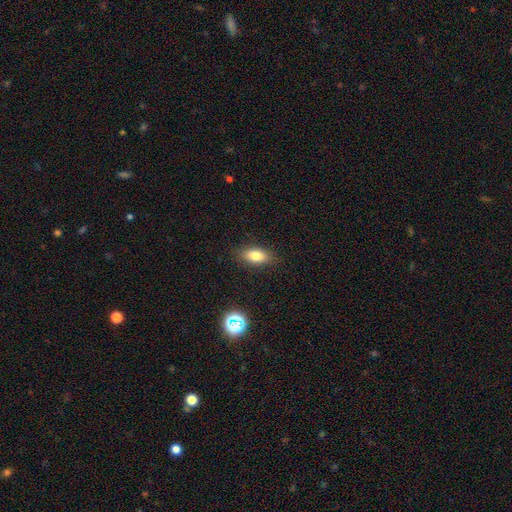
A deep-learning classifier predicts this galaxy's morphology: A smooth galaxy with no disk features (80%) that is in between round and cigar-shaped (83%).

Vote fractions:
- Smooth or featured? smooth: 80% / featured or disk: 10% / star or artifact: 10%
- How rounded? in between: 83% / cigar-shaped: 11% / round: 6%
- Merging? none: 86% / minor disturbance: 10% / major disturbance: 3% / merger: 1%